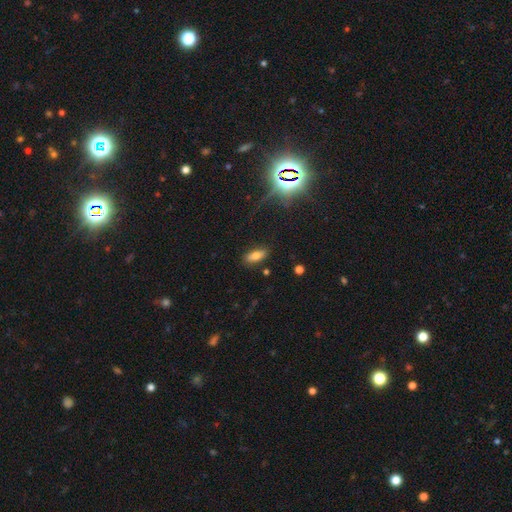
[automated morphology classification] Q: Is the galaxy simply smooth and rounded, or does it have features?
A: smooth — 73%.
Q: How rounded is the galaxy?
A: in between — 80%.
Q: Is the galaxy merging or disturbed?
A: none — 83%.